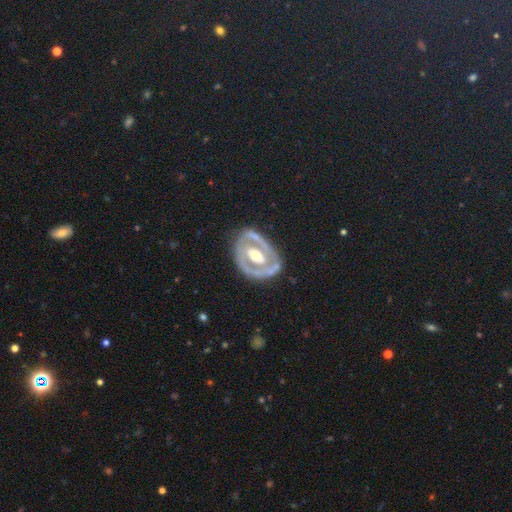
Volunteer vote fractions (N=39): Smooth or featured: featured or disk — 77% (smooth — 23%)
Edge-on disk: no — 97% (yes — 3%)
Bar: weak — 41% (tied with no — 41%)
Spiral arms: no — 66% (yes — 34%)
Bulge size: moderate — 41% (small — 34%)
Merging: minor disturbance — 46% (none — 44%)